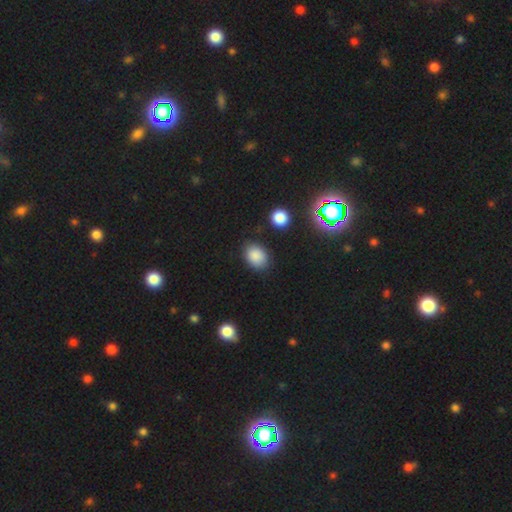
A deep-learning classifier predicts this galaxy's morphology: smooth-or-featured: smooth: 85% | star or artifact: 11% | featured or disk: 5%
  how-rounded: in between: 67% | round: 32% | cigar-shaped: 1%
  merging: none: 82% | minor disturbance: 12% | major disturbance: 3% | merger: 3%